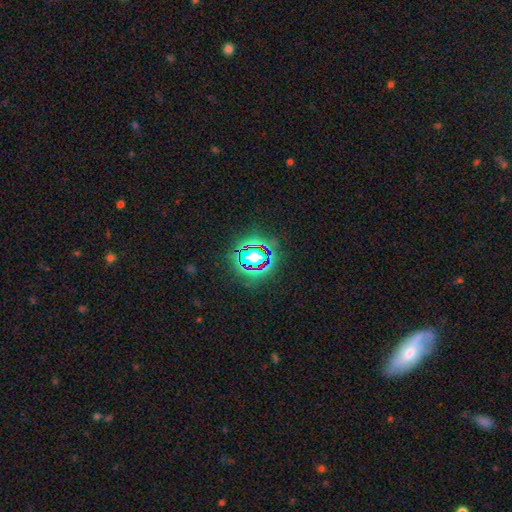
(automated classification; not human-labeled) Smooth or featured? Predicted: star or artifact (p=0.66).